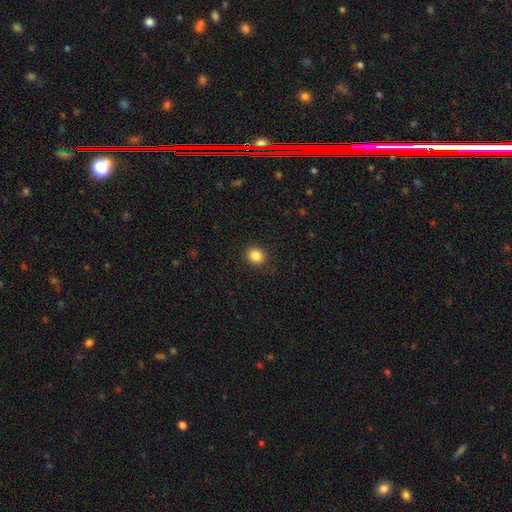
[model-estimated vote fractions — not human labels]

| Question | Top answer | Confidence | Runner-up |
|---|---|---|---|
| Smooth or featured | smooth | 85% | star or artifact (10%) |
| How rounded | round | 83% | in between (16%) |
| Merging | none | 91% | minor disturbance (6%) |